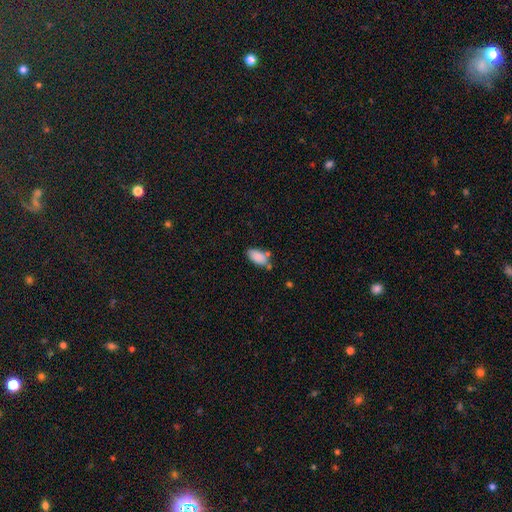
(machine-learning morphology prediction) Smooth or featured?
  - smooth: 87% *
  - star or artifact: 7%
  - featured or disk: 6%
How rounded?
  - in between: 92% *
  - cigar-shaped: 5%
  - round: 3%
Merging?
  - none: 59% *
  - minor disturbance: 22%
  - merger: 14%
  - major disturbance: 5%